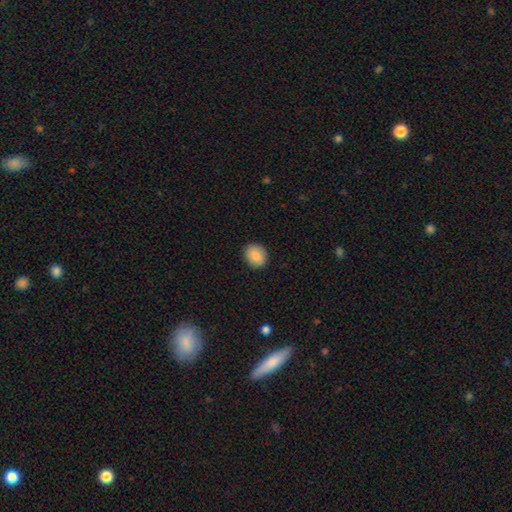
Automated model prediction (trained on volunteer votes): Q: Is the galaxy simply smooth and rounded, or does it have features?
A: smooth — 86%.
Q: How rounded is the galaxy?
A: round — 71%.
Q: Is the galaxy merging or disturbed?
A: none — 90%.